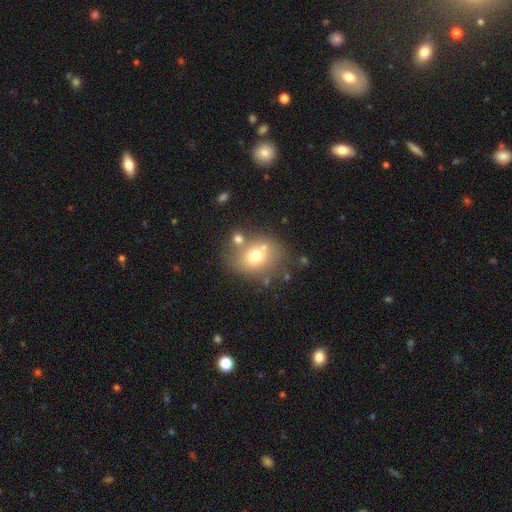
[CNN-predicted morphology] smooth_or_featured: smooth (p=0.68) [alt: featured or disk p=0.20]
how_rounded: round (p=0.54) [alt: in between p=0.45]
merging: none (p=0.65) [alt: minor disturbance p=0.15]